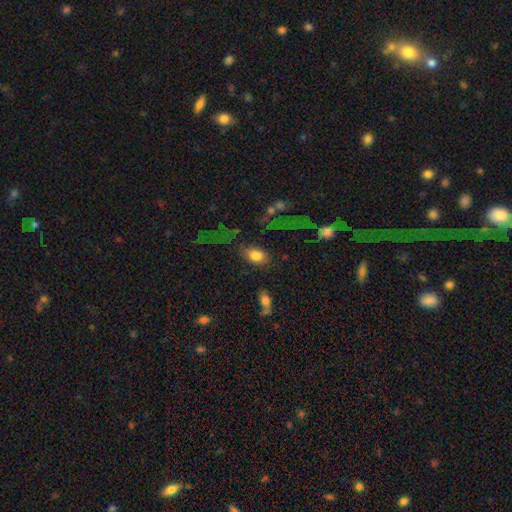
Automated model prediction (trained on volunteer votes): A smooth galaxy with no disk features (80%) that is in between round and cigar-shaped (88%).

Vote fractions:
- Smooth or featured? smooth: 80% / featured or disk: 12% / star or artifact: 8%
- How rounded? in between: 88% / round: 9% / cigar-shaped: 3%
- Merging? none: 66% / minor disturbance: 17% / major disturbance: 12% / merger: 5%